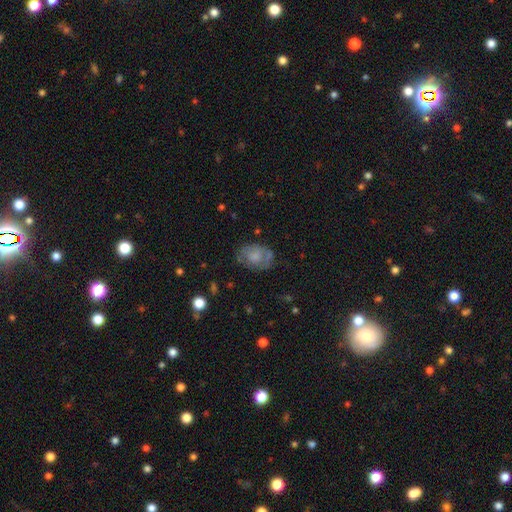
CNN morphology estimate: This appears to be a smooth galaxy with no disk features (55%) that is in between round and cigar-shaped (74%). Merging: none (61%).